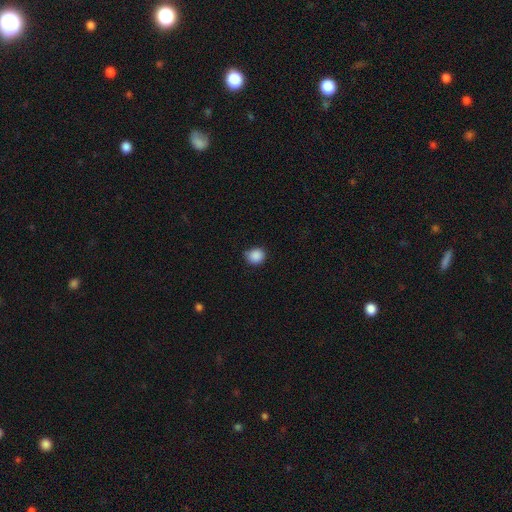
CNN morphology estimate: smooth_or_featured: smooth (p=0.88) [alt: star or artifact p=0.09]
how_rounded: round (p=0.79) [alt: in between p=0.20]
merging: none (p=0.77) [alt: minor disturbance p=0.19]